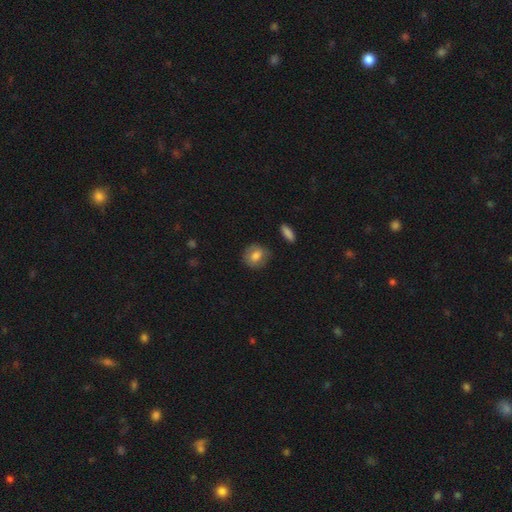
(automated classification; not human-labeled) A smooth galaxy with no disk features (75%) that is round (63%).

Vote fractions:
- Smooth or featured? smooth: 75% / featured or disk: 17% / star or artifact: 8%
- How rounded? round: 63% / in between: 36% / cigar-shaped: 2%
- Merging? none: 78% / minor disturbance: 15% / major disturbance: 4% / merger: 2%